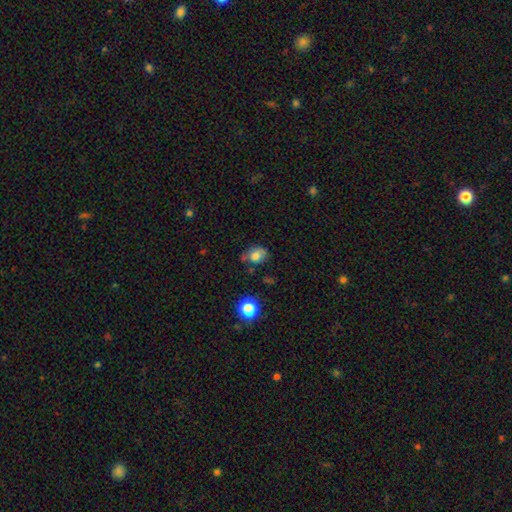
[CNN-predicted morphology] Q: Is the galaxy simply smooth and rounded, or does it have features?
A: smooth — 74%.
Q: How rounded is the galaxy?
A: in between — 55%.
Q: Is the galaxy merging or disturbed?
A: none — 53%.